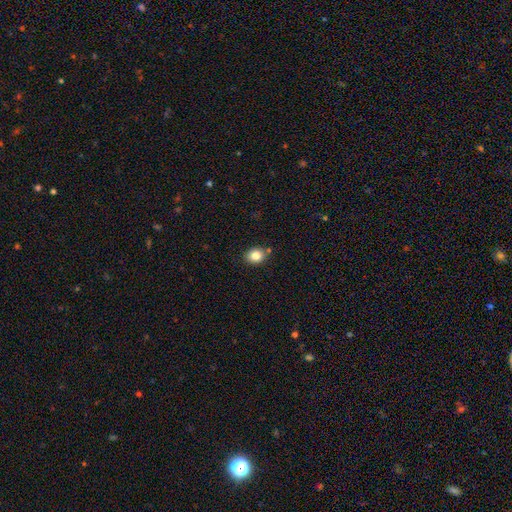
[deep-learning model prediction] smooth 84%, star or artifact 10%, featured or disk 7%. Down the decision tree: how rounded — round (52%); merging — none (82%).